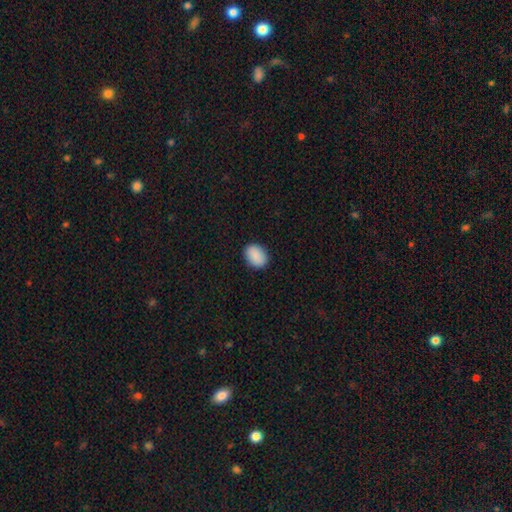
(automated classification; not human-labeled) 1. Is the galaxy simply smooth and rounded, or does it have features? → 90% smooth, 7% star or artifact, 4% featured or disk.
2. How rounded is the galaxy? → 66% in between, 33% round, 1% cigar-shaped.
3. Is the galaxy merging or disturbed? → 89% none, 8% minor disturbance, 2% major disturbance, 1% merger.